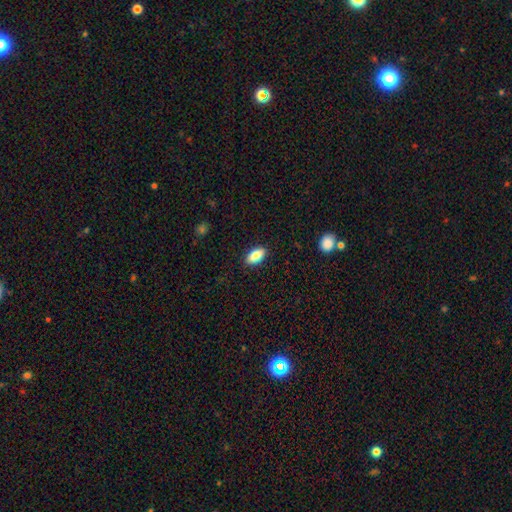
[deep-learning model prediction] Q: Smooth or featured?
A: smooth (82%); runner-up: featured or disk (11%)
Q: How rounded?
A: in between (89%); runner-up: cigar-shaped (7%)
Q: Merging?
A: none (89%); runner-up: minor disturbance (8%)